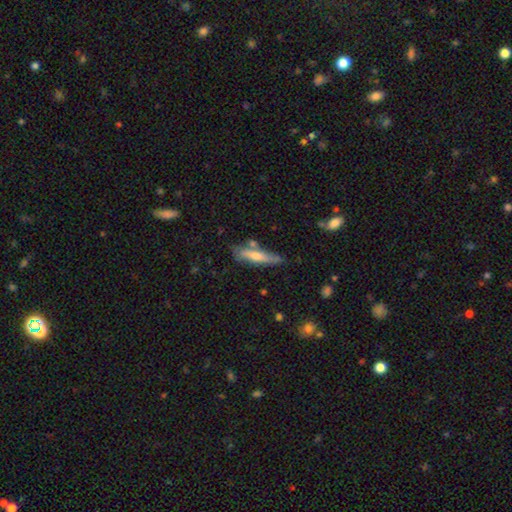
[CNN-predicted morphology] smooth 53%, featured or disk 41%, star or artifact 6%. Down the decision tree: how rounded — cigar-shaped (82%); merging — none (68%).